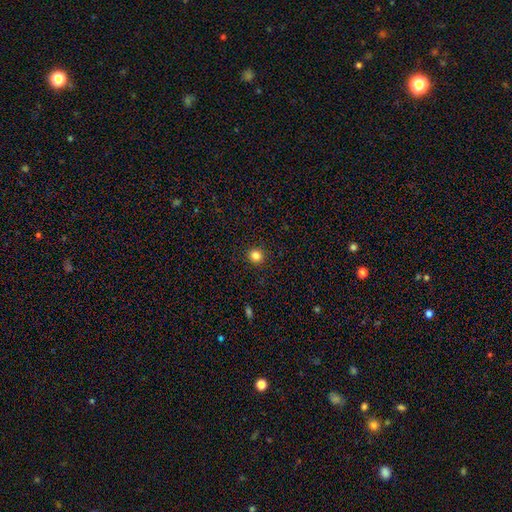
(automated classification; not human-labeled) smooth 83%, star or artifact 13%, featured or disk 4%. Down the decision tree: how rounded — round (93%); merging — none (92%).